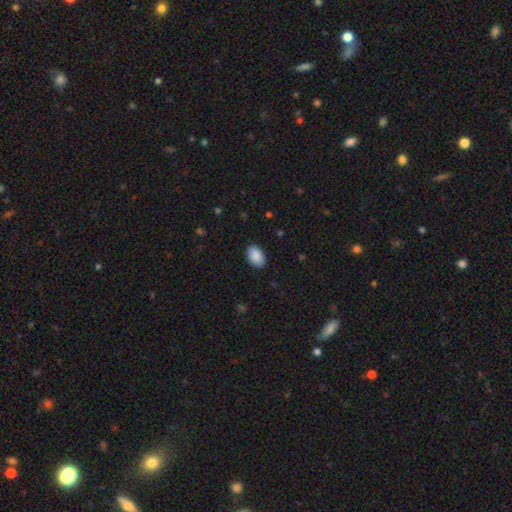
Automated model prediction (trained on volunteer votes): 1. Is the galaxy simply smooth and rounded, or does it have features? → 90% smooth, 7% star or artifact, 3% featured or disk.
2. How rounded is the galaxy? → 91% in between, 8% round, 1% cigar-shaped.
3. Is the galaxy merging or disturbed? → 89% none, 8% minor disturbance, 2% major disturbance, 1% merger.